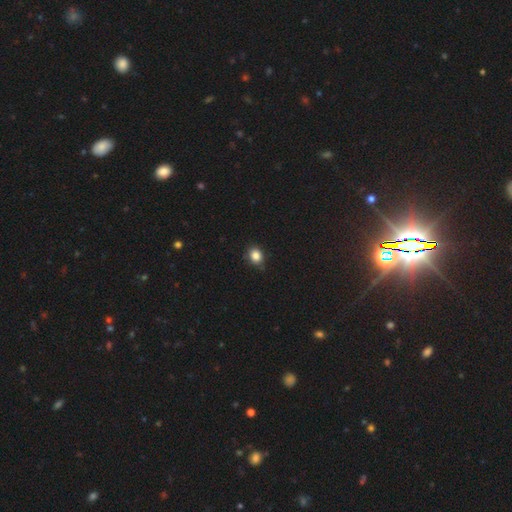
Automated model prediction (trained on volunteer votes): smooth-or-featured: smooth: 85% | star or artifact: 11% | featured or disk: 4%
  how-rounded: round: 61% | in between: 38% | cigar-shaped: 1%
  merging: none: 80% | minor disturbance: 16% | major disturbance: 2% | merger: 1%